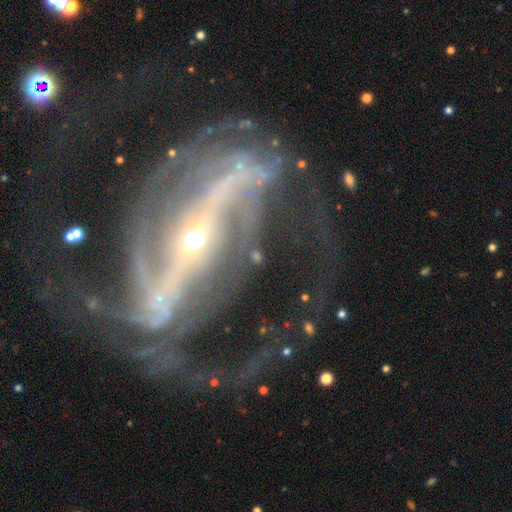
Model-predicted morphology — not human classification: featured or disk 91%, star or artifact 6%, smooth 3%. Down the decision tree: edge-on disk — no (95%); bar — strong (75%); spiral arms — yes (95%); spiral arm count — 2 (62%); spiral winding — medium (42%); bulge size — small (69%); merging — none (49%).